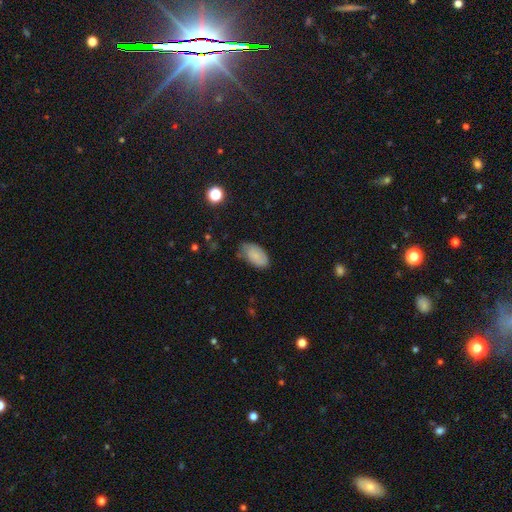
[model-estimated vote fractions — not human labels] Q: Smooth or featured?
A: smooth (80%); runner-up: featured or disk (13%)
Q: How rounded?
A: in between (94%); runner-up: round (4%)
Q: Merging?
A: none (62%); runner-up: minor disturbance (30%)